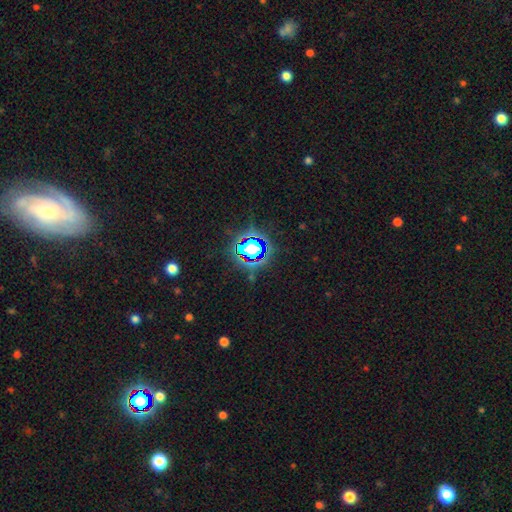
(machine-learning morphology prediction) smooth-or-featured: star or artifact: 74% | smooth: 18% | featured or disk: 9%